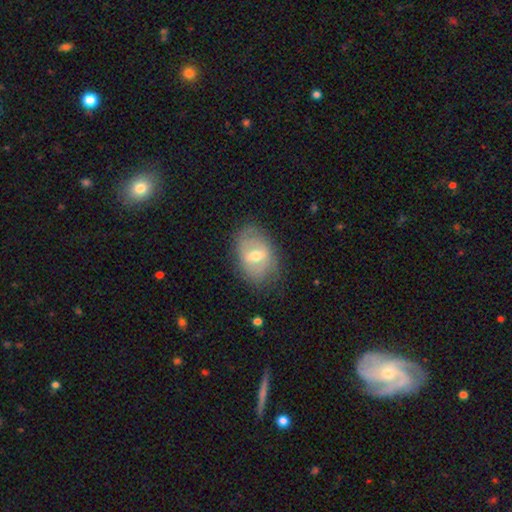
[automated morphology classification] Smooth or featured? Predicted: featured or disk (p=0.54). Edge-on disk? Predicted: no (p=0.92). Merging? Predicted: none (p=0.72).